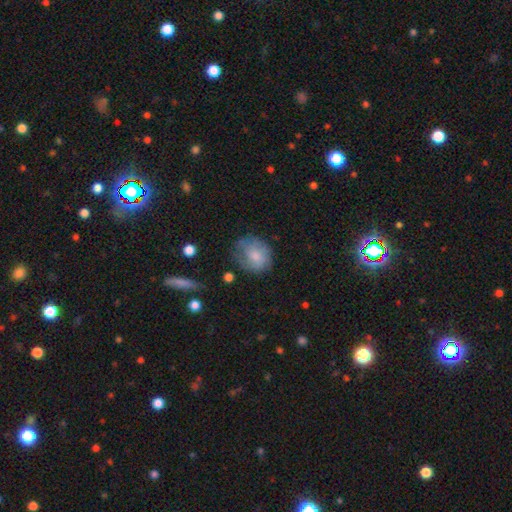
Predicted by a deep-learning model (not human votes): smooth_or_featured: smooth (p=0.69) [alt: featured or disk p=0.23]
how_rounded: round (p=0.58) [alt: in between p=0.41]
merging: none (p=0.51) [alt: minor disturbance p=0.31]